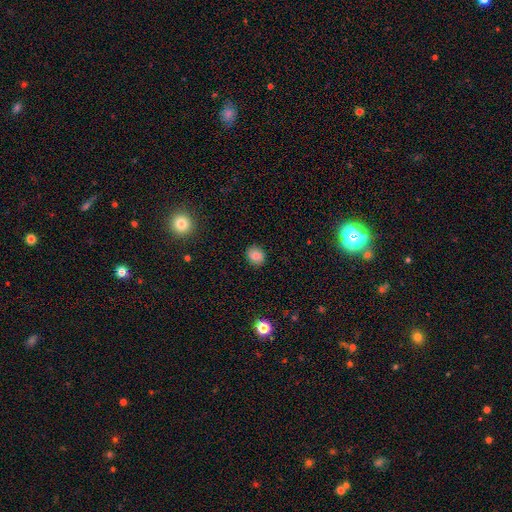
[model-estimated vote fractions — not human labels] This appears to be a smooth galaxy with no disk features (84%) that is round (67%). Merging: none (86%).